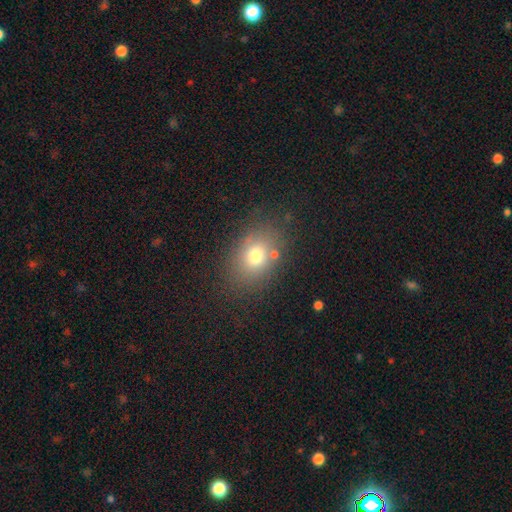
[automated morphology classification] This is likely a smooth galaxy (72%). How rounded: likely in between (65%). Merging: likely none (77%).